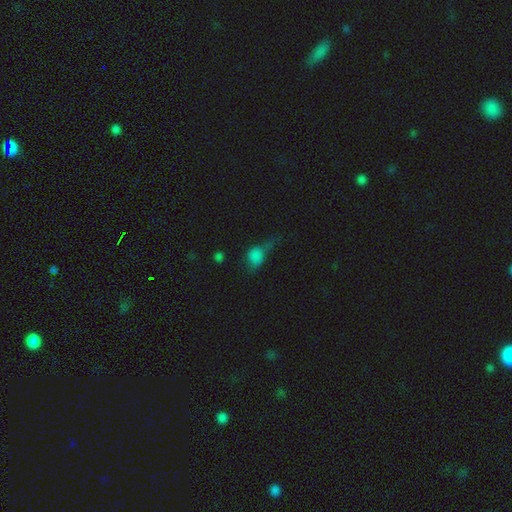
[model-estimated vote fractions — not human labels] smooth_or_featured: smooth (p=0.72) [alt: star or artifact p=0.16]
how_rounded: in between (p=0.56) [alt: round p=0.41]
merging: major disturbance (p=0.33) [alt: none p=0.28]